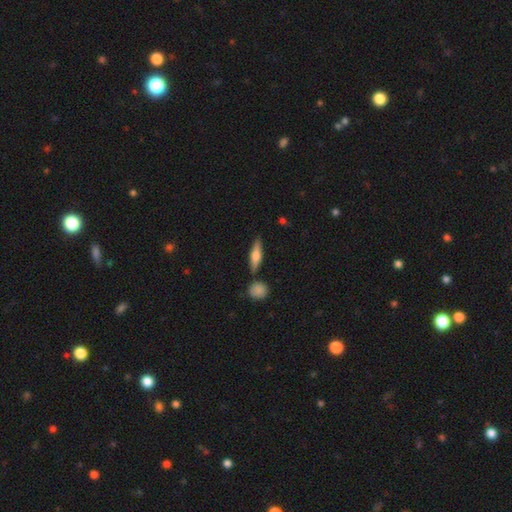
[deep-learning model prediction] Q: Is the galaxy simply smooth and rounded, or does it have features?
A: featured or disk — 47%.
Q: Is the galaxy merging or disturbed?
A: none — 82%.